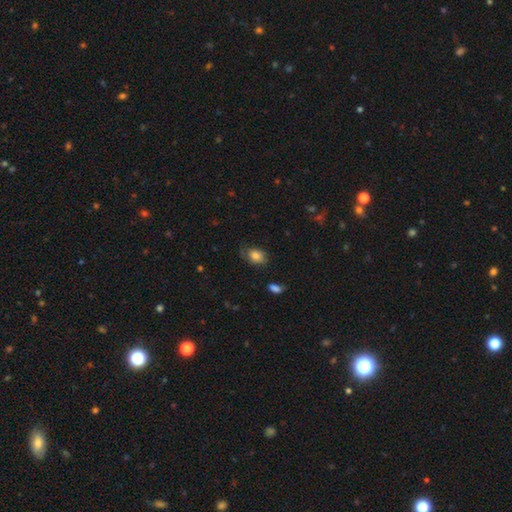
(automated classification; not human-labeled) This appears to be a smooth galaxy with no disk features (79%) that is in between round and cigar-shaped (70%). Merging: none (59%).